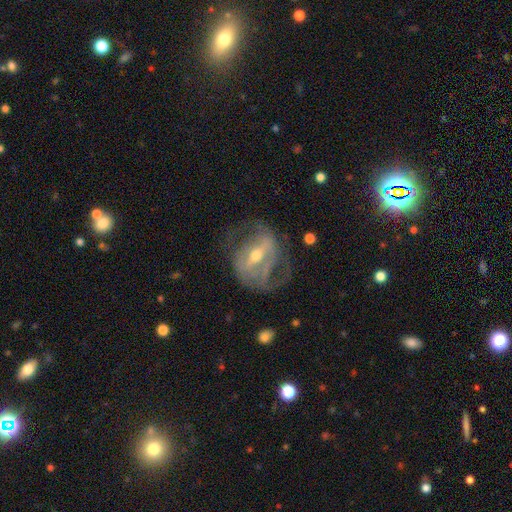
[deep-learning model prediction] A featured or disk galaxy (81%) with a strong bar (54%), 2 (59%) medium (43%) spiral arms (76%) and a moderate central bulge (53%). Merging: none (51%).